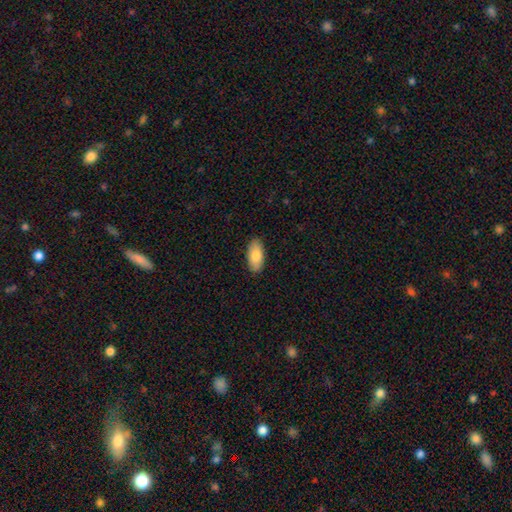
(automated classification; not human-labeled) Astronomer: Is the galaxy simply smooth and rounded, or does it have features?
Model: smooth — 82%.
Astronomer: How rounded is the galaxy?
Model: in between — 92%.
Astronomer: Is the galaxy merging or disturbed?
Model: none — 88%.